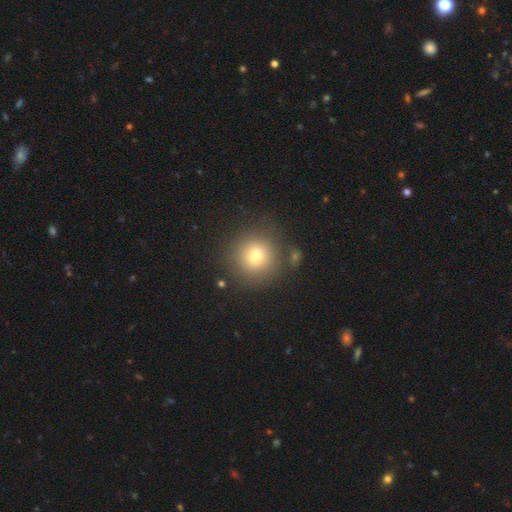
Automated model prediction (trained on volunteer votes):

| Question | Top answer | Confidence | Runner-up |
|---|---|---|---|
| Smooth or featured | smooth | 75% | star or artifact (14%) |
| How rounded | round | 94% | in between (5%) |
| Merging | none | 81% | minor disturbance (10%) |